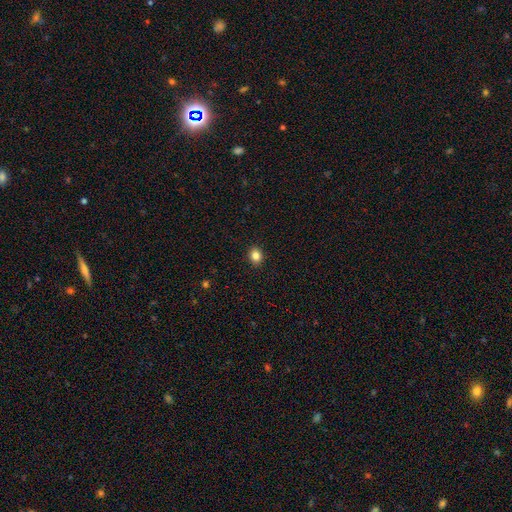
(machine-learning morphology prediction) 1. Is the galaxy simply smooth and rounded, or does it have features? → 84% smooth, 11% star or artifact, 5% featured or disk.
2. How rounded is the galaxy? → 57% round, 42% in between, 1% cigar-shaped.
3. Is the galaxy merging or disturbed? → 92% none, 6% minor disturbance, 2% major disturbance, 1% merger.